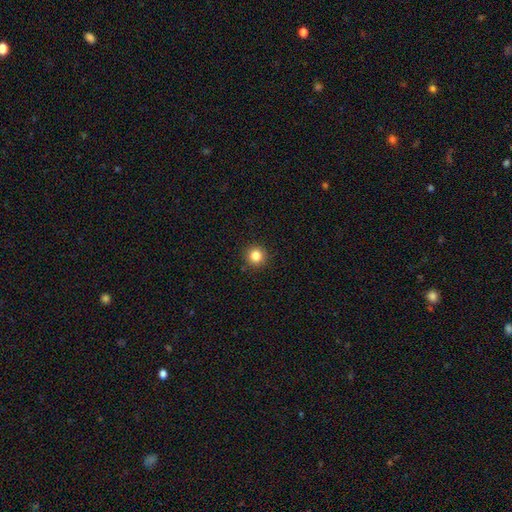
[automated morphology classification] A smooth galaxy with no disk features (84%) that is round (94%). Merging: none (92%).